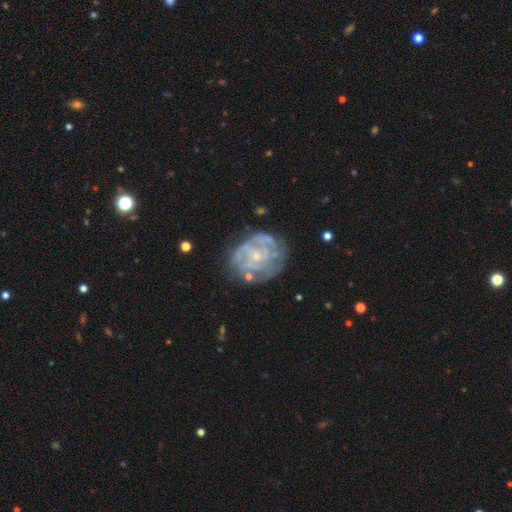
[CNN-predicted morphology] Smooth or featured? Predicted: featured or disk (p=0.77). Edge-on disk? Predicted: no (p=0.98). Bar? Predicted: no (p=0.77). Spiral arms? Predicted: yes (p=0.65). Bulge size? Predicted: small (p=0.72). Merging? Predicted: none (p=0.61).